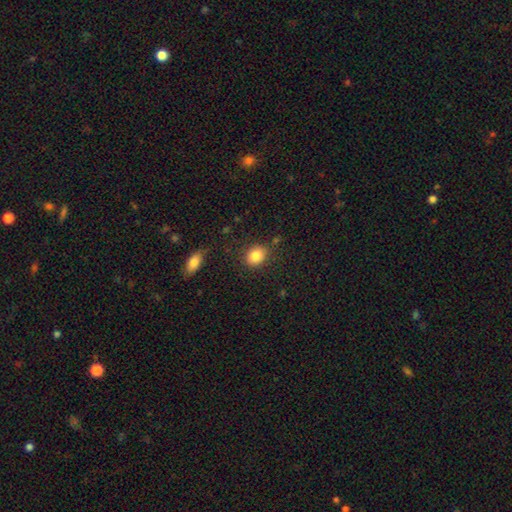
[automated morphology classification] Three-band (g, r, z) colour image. It shows a smooth galaxy with no disk features (84%) that is round (52%). Merging: none (84%).